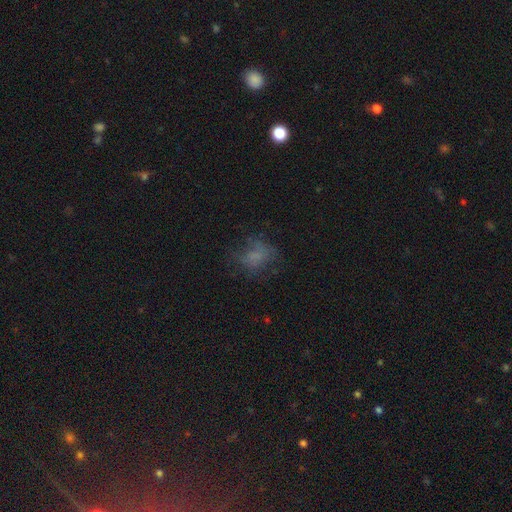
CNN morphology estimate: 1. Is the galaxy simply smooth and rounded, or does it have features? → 56% smooth, 24% featured or disk, 20% star or artifact.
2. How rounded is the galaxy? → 57% in between, 41% round, 2% cigar-shaped.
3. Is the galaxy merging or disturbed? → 54% none, 23% major disturbance, 21% minor disturbance, 2% merger.